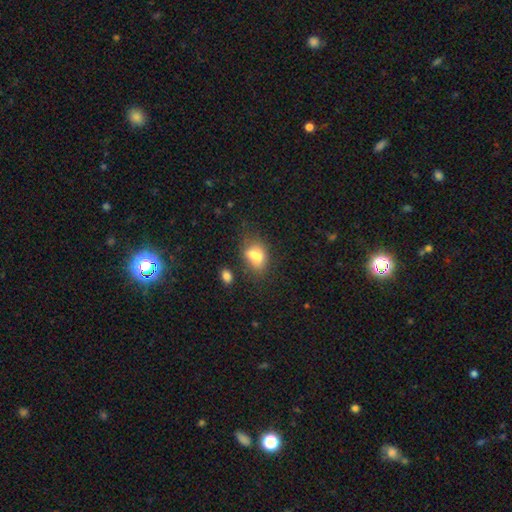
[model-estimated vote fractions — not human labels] This appears to be a smooth galaxy with no disk features (75%) that is in between round and cigar-shaped (75%). Merging: none (45%).